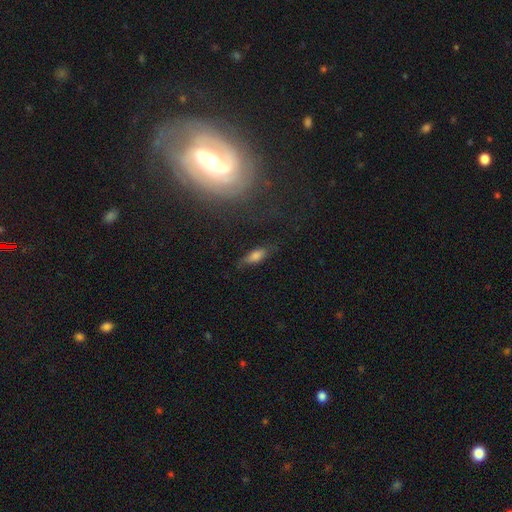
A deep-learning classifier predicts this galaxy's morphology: Q: Smooth or featured?
A: smooth (71%); runner-up: featured or disk (18%)
Q: How rounded?
A: in between (66%); runner-up: cigar-shaped (30%)
Q: Merging?
A: none (71%); runner-up: minor disturbance (20%)